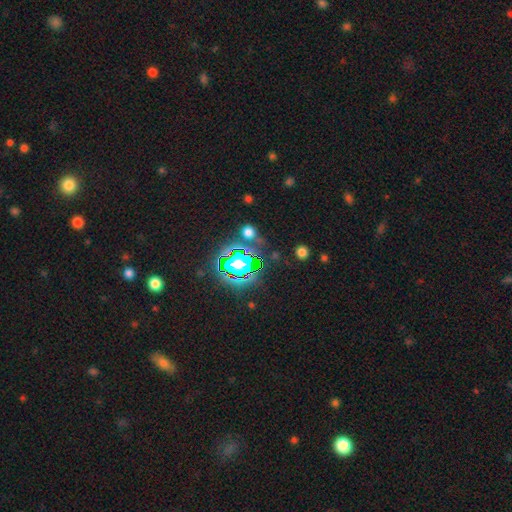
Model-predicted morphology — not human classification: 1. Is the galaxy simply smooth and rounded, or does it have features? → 82% star or artifact, 11% smooth, 7% featured or disk.